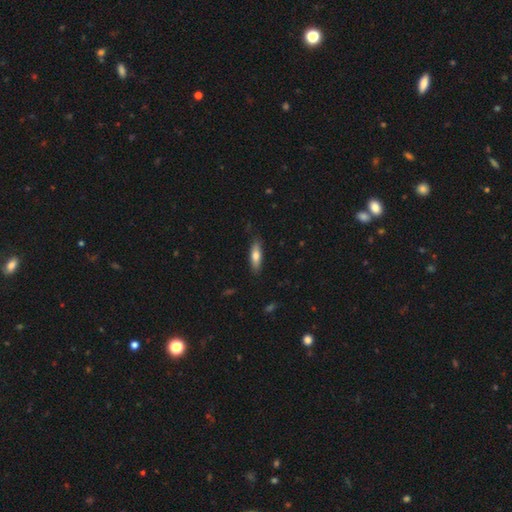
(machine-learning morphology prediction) This is likely a smooth galaxy (72%). How rounded: possibly cigar-shaped (57%). Merging: clearly none (82%).